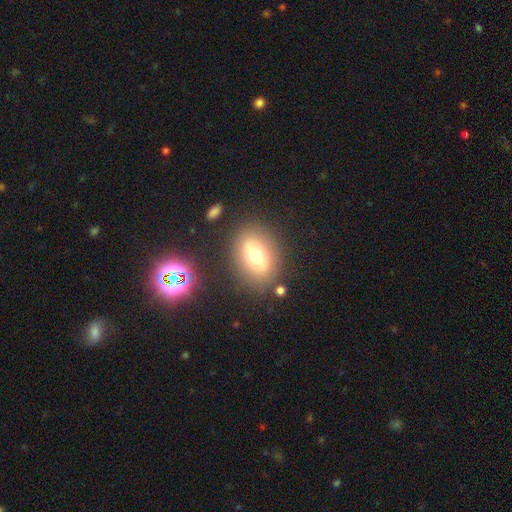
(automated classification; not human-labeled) Smooth or featured? Predicted: smooth (p=0.59). How rounded? Predicted: in between (p=0.74). Merging? Predicted: none (p=0.81).